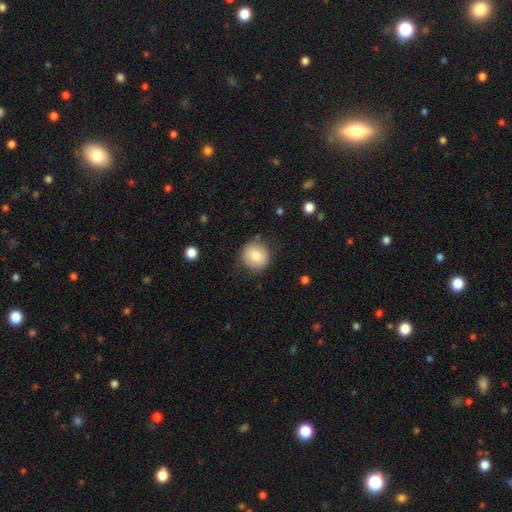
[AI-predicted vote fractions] smooth-or-featured: smooth: 81% | featured or disk: 11% | star or artifact: 8%
  how-rounded: round: 93% | in between: 6% | cigar-shaped: 1%
  merging: none: 83% | minor disturbance: 12% | major disturbance: 3% | merger: 2%